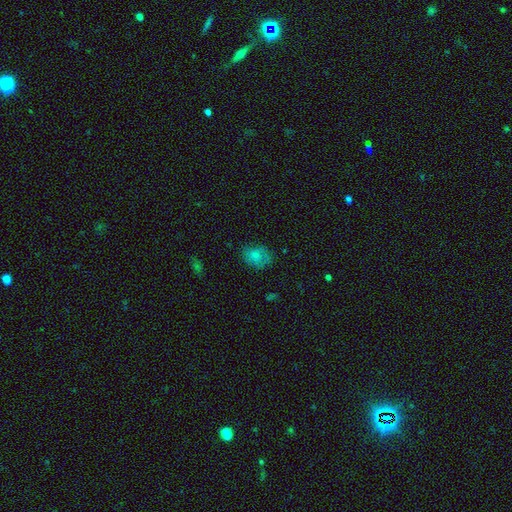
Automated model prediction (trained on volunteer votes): smooth-or-featured: smooth: 72% | featured or disk: 17% | star or artifact: 11%
  how-rounded: in between: 56% | round: 43% | cigar-shaped: 1%
  merging: none: 64% | minor disturbance: 25% | major disturbance: 9% | merger: 2%